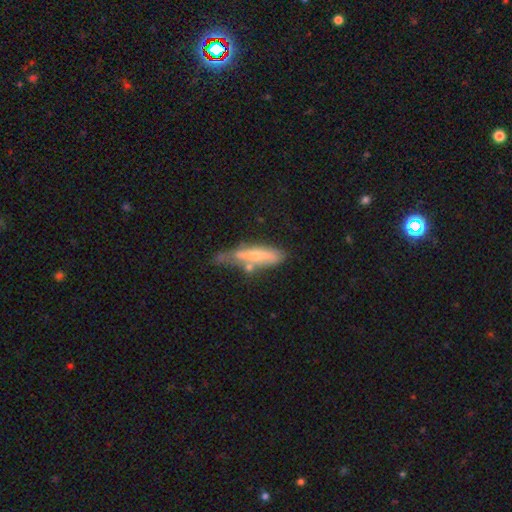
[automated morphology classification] smooth-or-featured: smooth: 47% | featured or disk: 46% | star or artifact: 7%
  merging: none: 40% | minor disturbance: 31% | merger: 15% | major disturbance: 14%